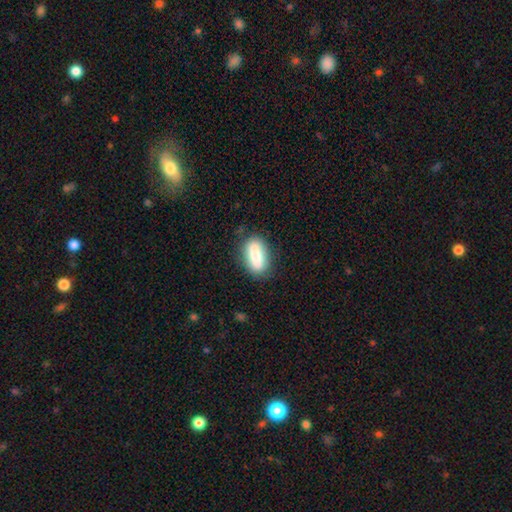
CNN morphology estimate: Q: Smooth or featured?
A: smooth (77%); runner-up: featured or disk (16%)
Q: How rounded?
A: in between (82%); runner-up: cigar-shaped (14%)
Q: Merging?
A: none (82%); runner-up: minor disturbance (13%)